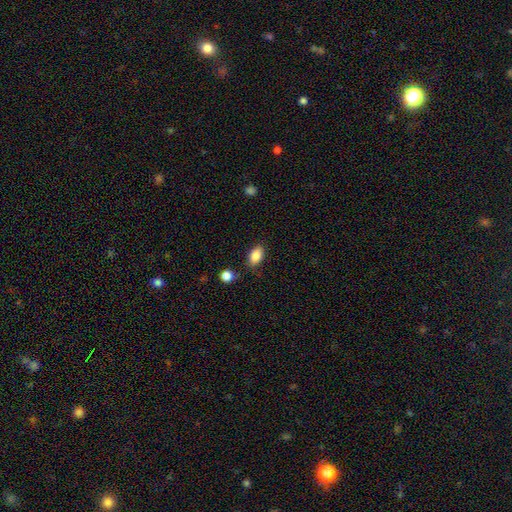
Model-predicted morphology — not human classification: Overall: smooth (86%). How rounded: in between (90%). Merging: none (80%).